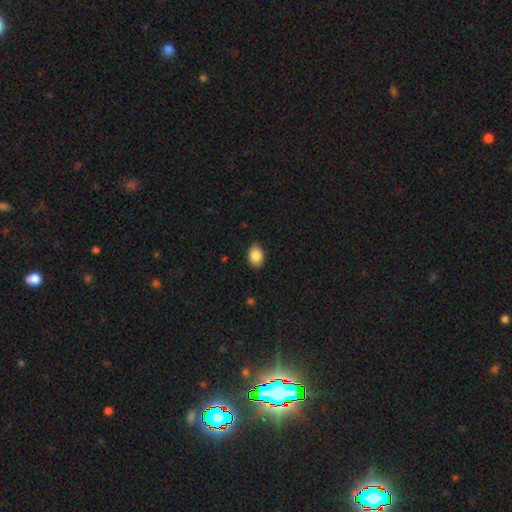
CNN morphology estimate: smooth_or_featured: smooth (p=0.87) [alt: star or artifact p=0.08]
how_rounded: in between (p=0.77) [alt: round p=0.22]
merging: none (p=0.84) [alt: minor disturbance p=0.13]